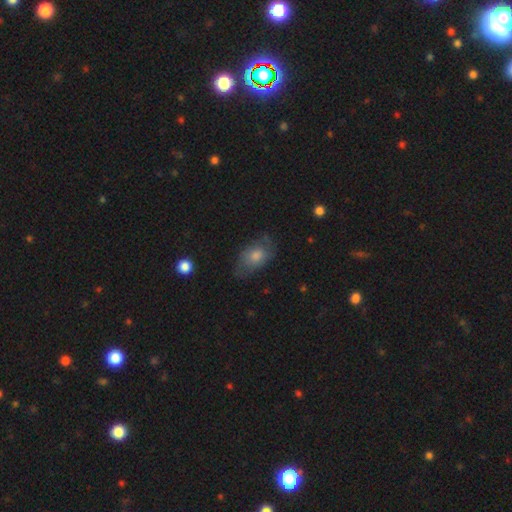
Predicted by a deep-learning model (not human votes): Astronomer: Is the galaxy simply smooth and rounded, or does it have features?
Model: smooth — 64%.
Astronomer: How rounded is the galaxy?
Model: in between — 84%.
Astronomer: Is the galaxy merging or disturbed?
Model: none — 64%.